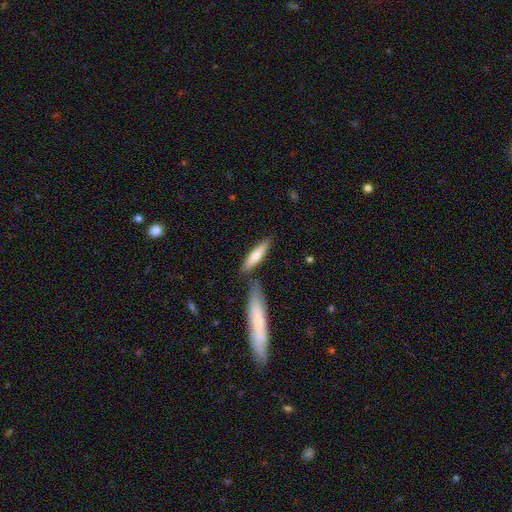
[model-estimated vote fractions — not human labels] Smooth or featured? smooth (67%)
How rounded? cigar-shaped (74%)
Merging? none (69%)